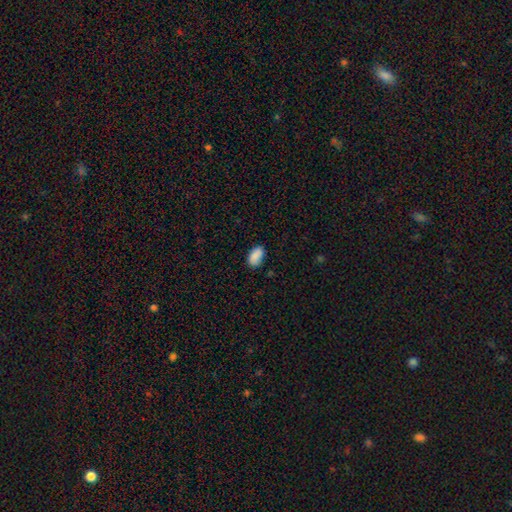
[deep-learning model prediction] This is clearly a smooth galaxy (89%). How rounded: clearly in between (92%). Merging: likely none (80%).